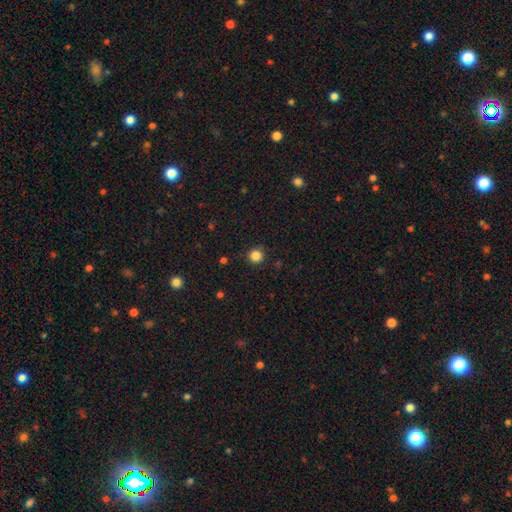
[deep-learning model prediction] Smooth or featured?
  - smooth: 85% *
  - star or artifact: 12%
  - featured or disk: 3%
How rounded?
  - round: 95% *
  - in between: 4%
  - cigar-shaped: 1%
Merging?
  - none: 91% *
  - minor disturbance: 6%
  - major disturbance: 2%
  - merger: 1%